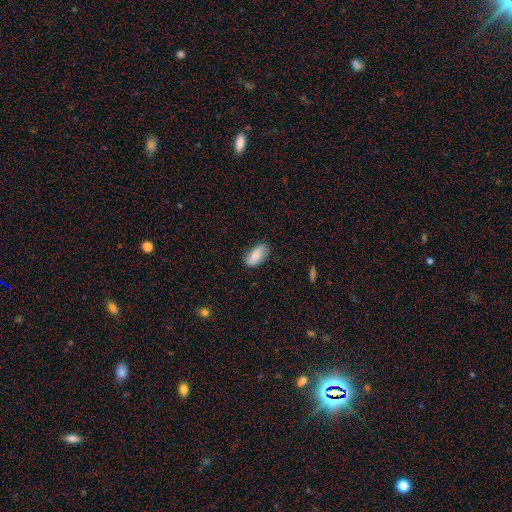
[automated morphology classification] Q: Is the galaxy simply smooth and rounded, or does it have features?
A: smooth — 86%.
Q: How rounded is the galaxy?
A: in between — 92%.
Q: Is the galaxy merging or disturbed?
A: none — 78%.